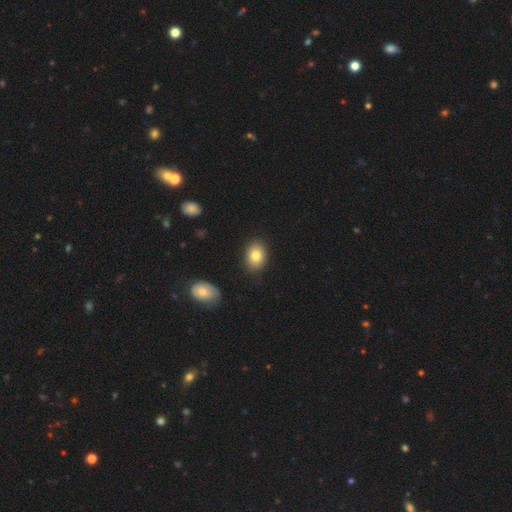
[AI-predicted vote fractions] A smooth galaxy with no disk features (81%) that is in between round and cigar-shaped (73%). Merging: none (86%).